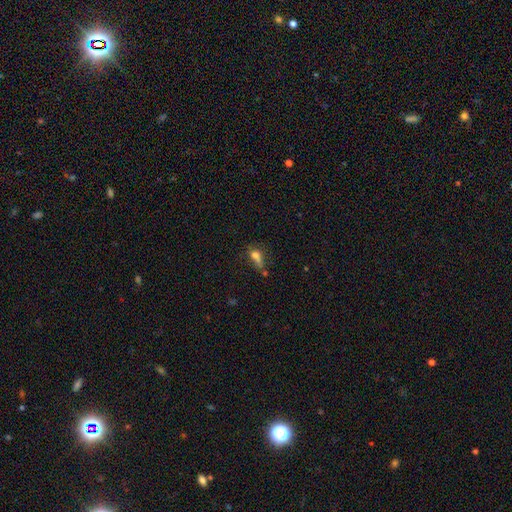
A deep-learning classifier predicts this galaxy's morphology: Q: Smooth or featured?
A: smooth (64%); runner-up: featured or disk (20%)
Q: How rounded?
A: in between (62%); runner-up: round (25%)
Q: Merging?
A: none (31%); runner-up: minor disturbance (23%)